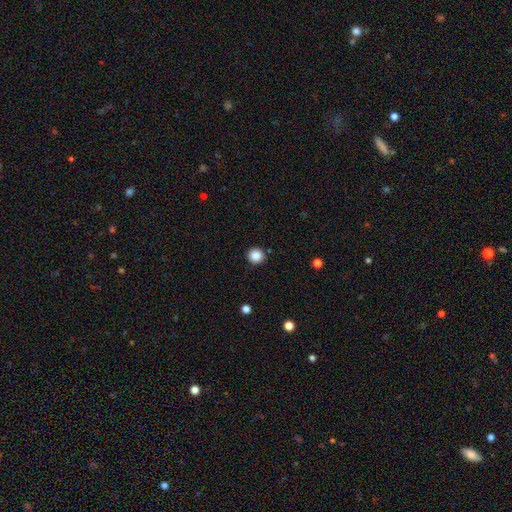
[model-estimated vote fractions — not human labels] This is clearly a smooth galaxy (86%). How rounded: clearly round (95%). Merging: clearly none (92%).